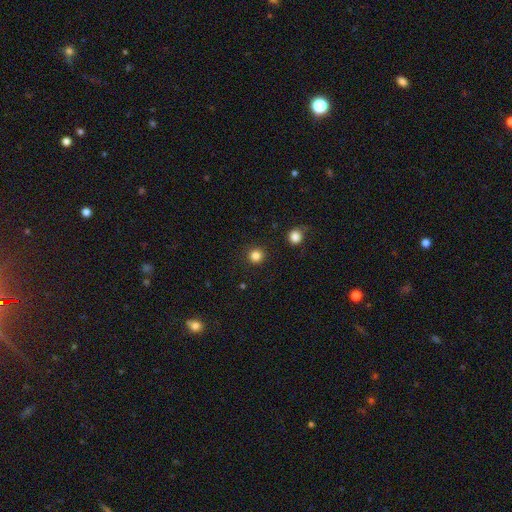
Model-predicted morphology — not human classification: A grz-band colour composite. It shows a smooth galaxy with no disk features (84%) that is round (95%). Merging: none (91%).